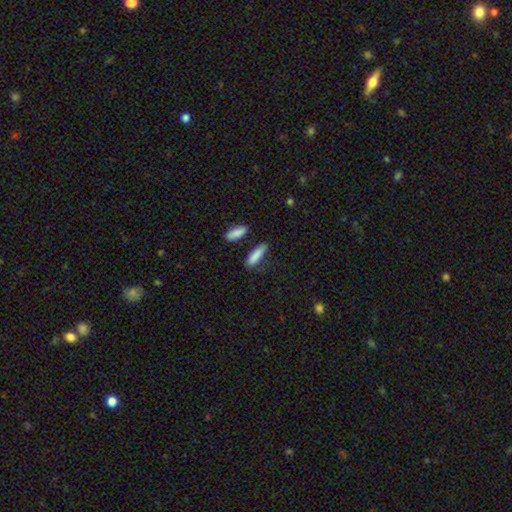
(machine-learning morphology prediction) The model was most divided on "how rounded": cigar-shaped: 68%, in between: 30%, round: 2%. More confident: smooth or featured — smooth (86%); merging — none (79%).